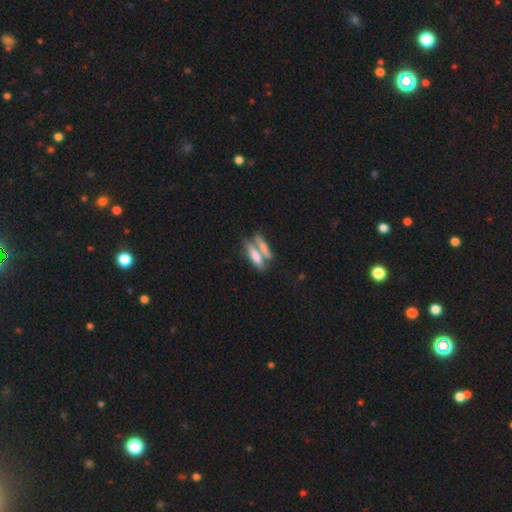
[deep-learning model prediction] This appears to be a smooth galaxy with no disk features (63%) that is cigar-shaped (55%). Merging: merger (52%).